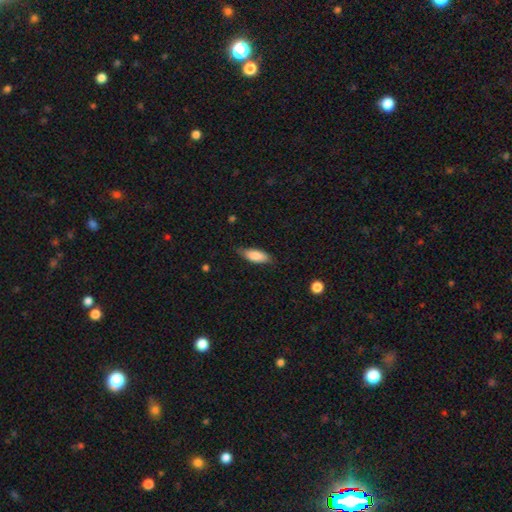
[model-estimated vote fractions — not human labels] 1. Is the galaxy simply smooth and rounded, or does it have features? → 83% smooth, 11% featured or disk, 6% star or artifact.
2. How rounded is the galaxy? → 75% in between, 23% cigar-shaped, 2% round.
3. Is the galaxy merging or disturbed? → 75% none, 20% minor disturbance, 4% major disturbance, 1% merger.